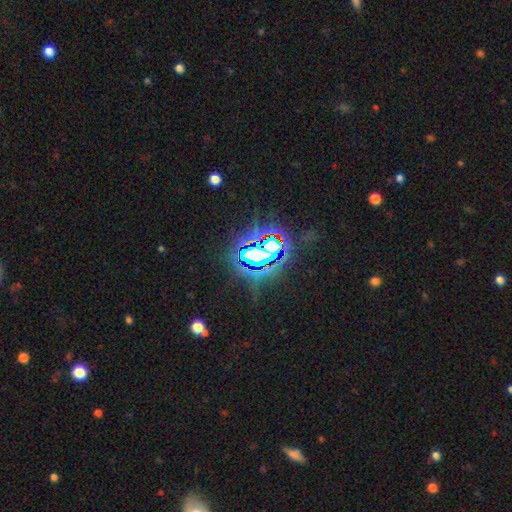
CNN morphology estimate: smooth_or_featured: star or artifact (p=0.73) [alt: featured or disk p=0.15]